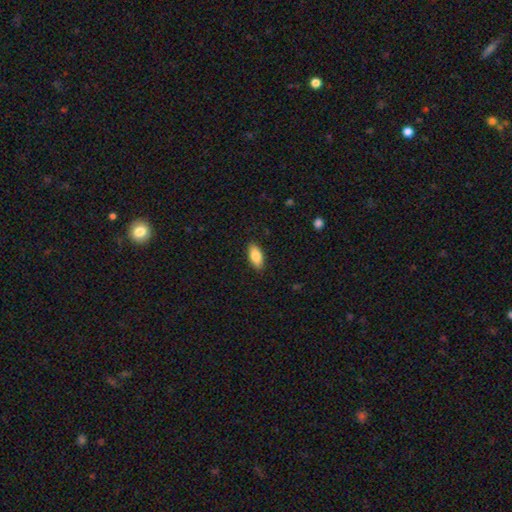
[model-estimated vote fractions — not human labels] smooth_or_featured: smooth (p=0.84) [alt: featured or disk p=0.09]
how_rounded: in between (p=0.87) [alt: cigar-shaped p=0.10]
merging: none (p=0.88) [alt: minor disturbance p=0.09]